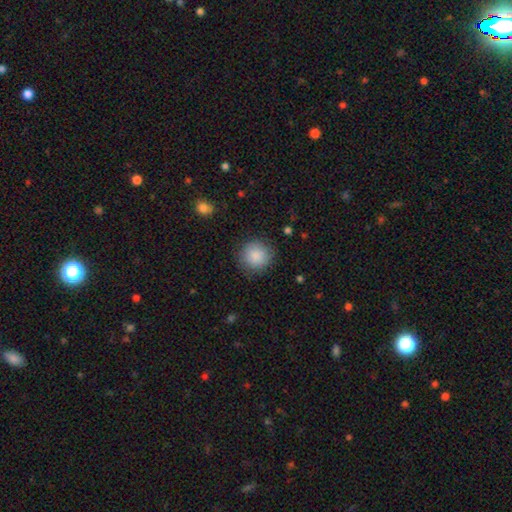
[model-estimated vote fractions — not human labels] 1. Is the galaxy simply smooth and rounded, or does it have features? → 87% smooth, 8% star or artifact, 5% featured or disk.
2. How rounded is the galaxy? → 93% round, 6% in between, 1% cigar-shaped.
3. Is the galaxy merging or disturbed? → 86% none, 10% minor disturbance, 3% major disturbance, 1% merger.